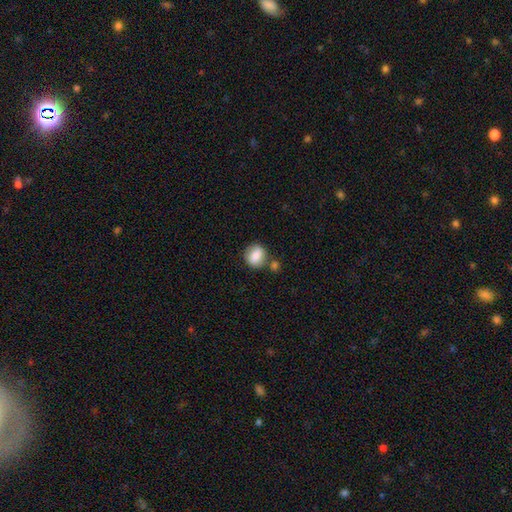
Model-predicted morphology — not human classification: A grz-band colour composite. It shows a smooth galaxy with no disk features (83%) that is round (55%). Merging: none (63%).